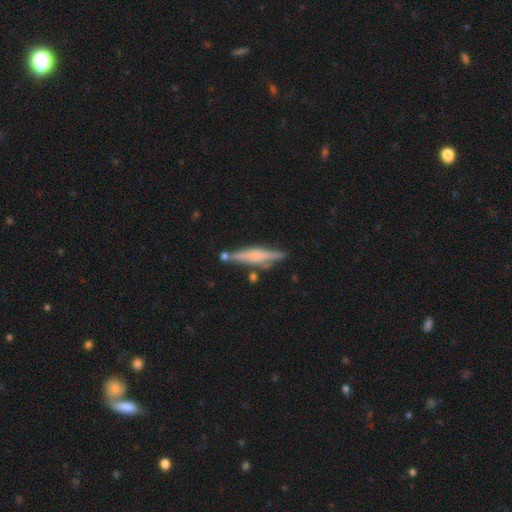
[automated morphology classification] Smooth or featured? Predicted: featured or disk (p=0.54). Edge-on disk? Predicted: yes (p=0.96). Edge-on bulge? Predicted: rounded (p=0.52). Merging? Predicted: none (p=0.77).